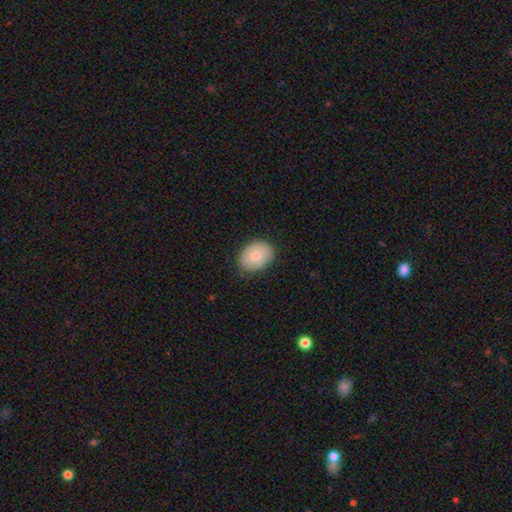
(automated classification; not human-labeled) The model was most divided on "how rounded": in between: 66%, round: 33%, cigar-shaped: 1%. More confident: merging — none (82%); smooth or featured — smooth (79%).